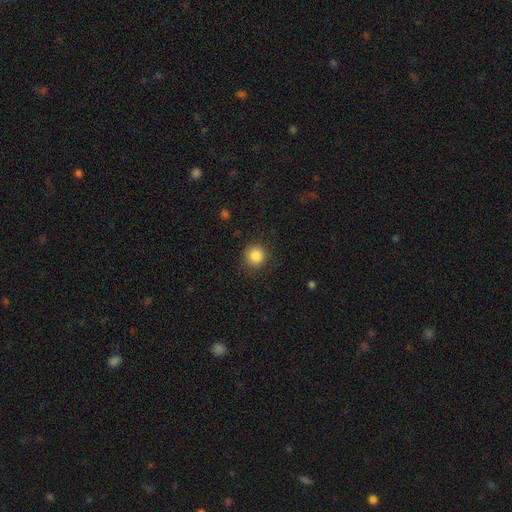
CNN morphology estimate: This is clearly a smooth galaxy (86%). How rounded: clearly round (94%). Merging: clearly none (89%).